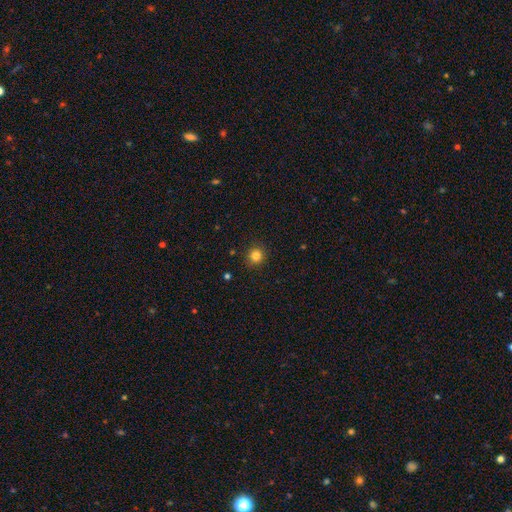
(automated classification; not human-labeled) smooth_or_featured: smooth (p=0.83) [alt: star or artifact p=0.12]
how_rounded: round (p=0.93) [alt: in between p=0.06]
merging: none (p=0.90) [alt: minor disturbance p=0.07]